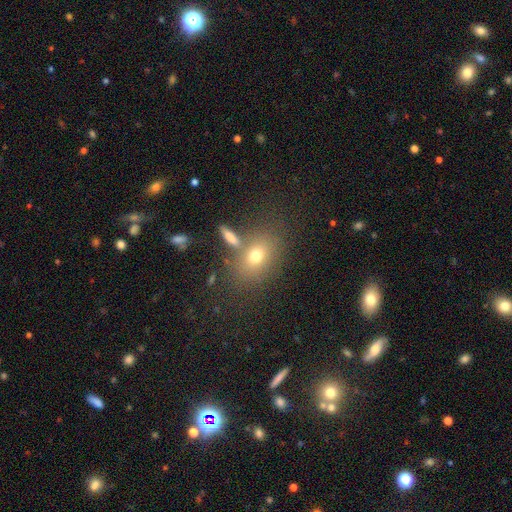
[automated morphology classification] This appears to be a smooth galaxy with no disk features (69%) that is in between round and cigar-shaped (70%). Merging: none (68%).